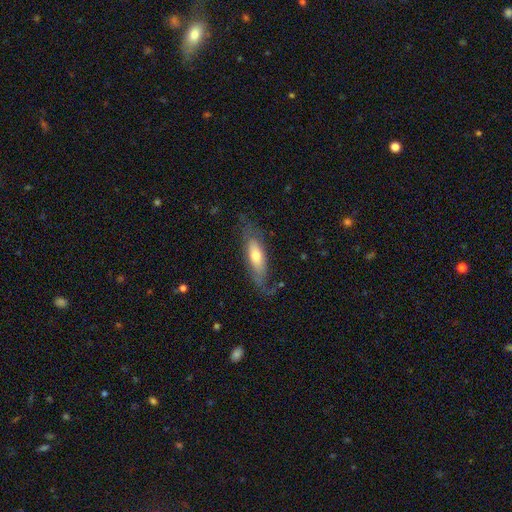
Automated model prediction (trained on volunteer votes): smooth 50%, featured or disk 44%, star or artifact 6%. Down the decision tree: merging — none (60%).